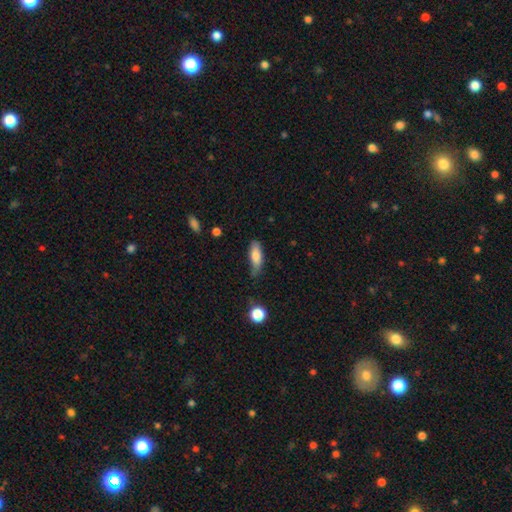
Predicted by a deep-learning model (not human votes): The model was most divided on "merging": none: 56%, minor disturbance: 34%, major disturbance: 7%, merger: 3%. More confident: smooth or featured — smooth (79%); how rounded — in between (62%).